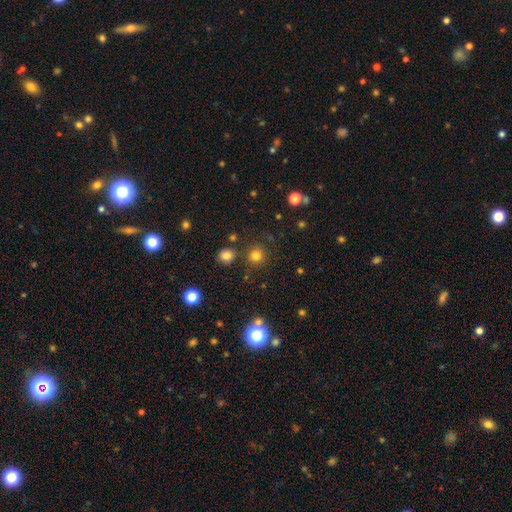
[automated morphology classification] Smooth or featured?
  - smooth: 77% *
  - star or artifact: 17%
  - featured or disk: 5%
How rounded?
  - round: 92% *
  - in between: 7%
  - cigar-shaped: 1%
Merging?
  - none: 84% *
  - minor disturbance: 7%
  - merger: 6%
  - major disturbance: 3%